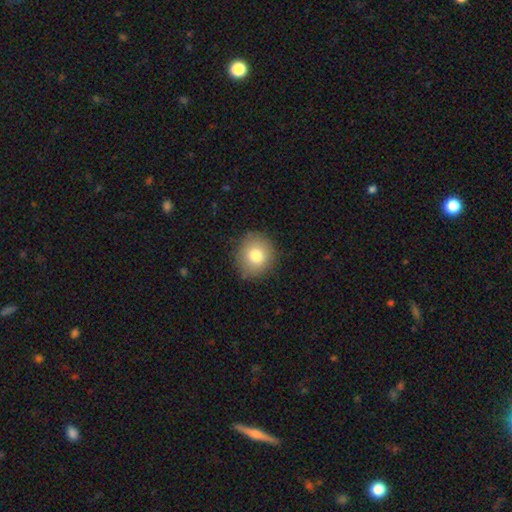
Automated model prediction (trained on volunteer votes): Smooth or featured? Predicted: smooth (p=0.78). How rounded? Predicted: round (p=0.86). Merging? Predicted: none (p=0.87).